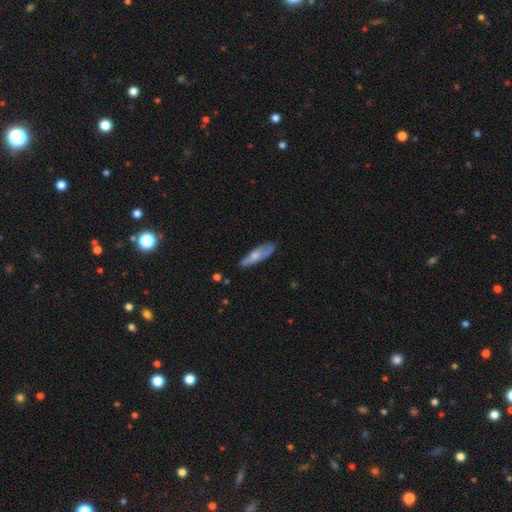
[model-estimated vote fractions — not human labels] A smooth galaxy with no disk features (58%) that is cigar-shaped (63%).

Vote fractions:
- Smooth or featured? smooth: 58% / featured or disk: 36% / star or artifact: 6%
- How rounded? cigar-shaped: 63% / in between: 35% / round: 2%
- Merging? none: 69% / minor disturbance: 23% / major disturbance: 5% / merger: 2%